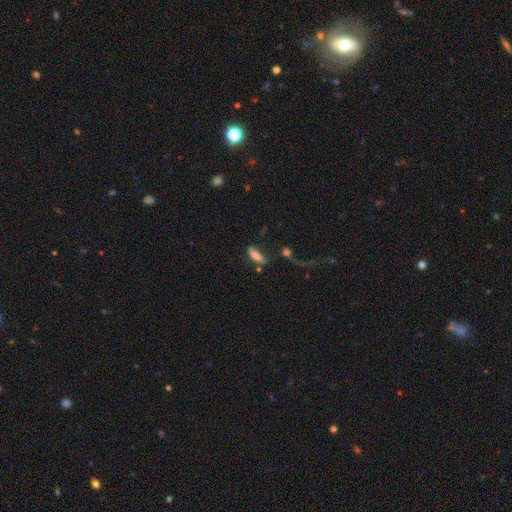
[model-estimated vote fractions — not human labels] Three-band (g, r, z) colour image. It shows a smooth galaxy with no disk features (65%) that is cigar-shaped (50%). Merging: none (55%).